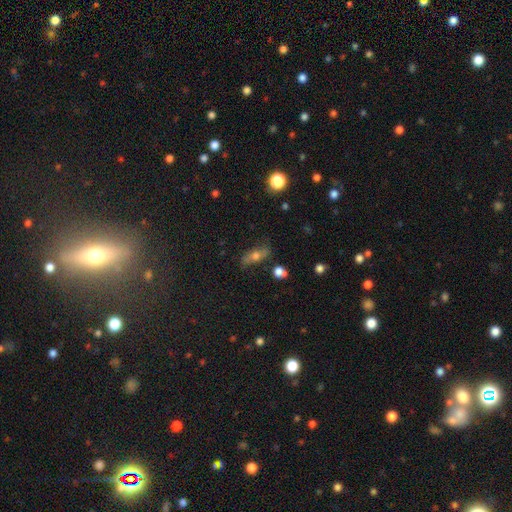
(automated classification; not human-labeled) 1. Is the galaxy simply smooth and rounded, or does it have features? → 44% smooth, 43% featured or disk, 14% star or artifact.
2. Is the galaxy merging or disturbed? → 73% none, 18% minor disturbance, 6% major disturbance, 3% merger.